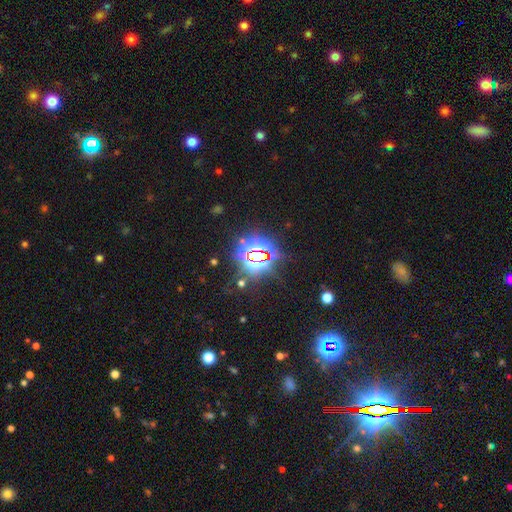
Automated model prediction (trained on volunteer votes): Smooth or featured: star or artifact — 80% (smooth — 12%)